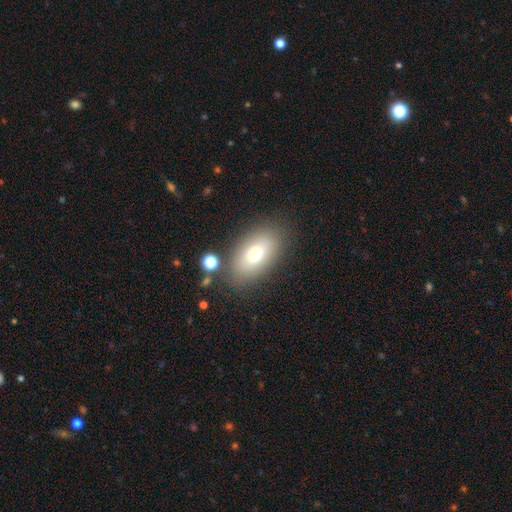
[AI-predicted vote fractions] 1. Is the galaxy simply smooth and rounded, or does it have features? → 70% smooth, 20% featured or disk, 10% star or artifact.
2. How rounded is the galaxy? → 89% in between, 8% round, 3% cigar-shaped.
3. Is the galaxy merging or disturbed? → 81% none, 11% minor disturbance, 4% merger, 4% major disturbance.